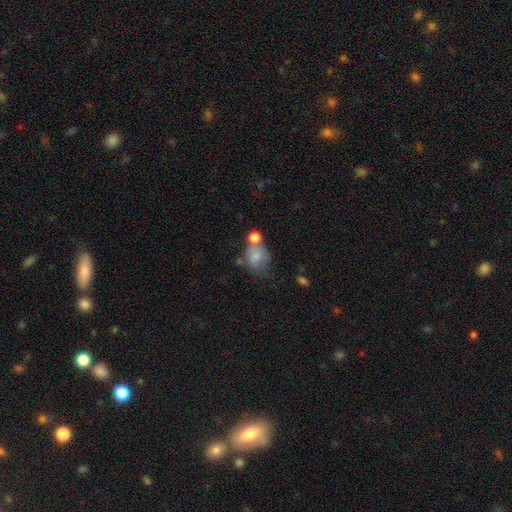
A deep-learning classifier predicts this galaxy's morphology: This appears to be a smooth galaxy with no disk features (71%) that is in between round and cigar-shaped (56%). Merging: merger (34%).